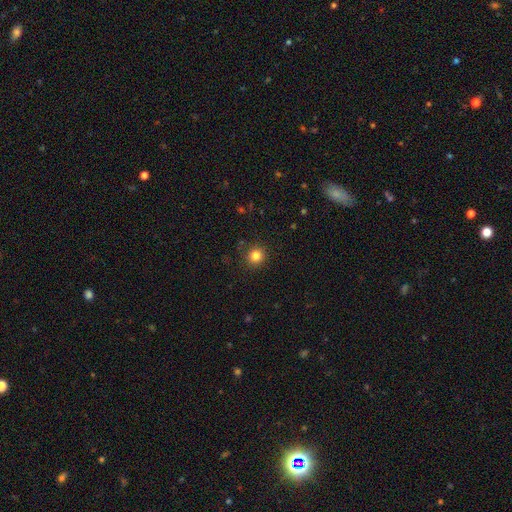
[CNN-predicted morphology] type=smooth (83%); roundness=round (92%); merging=none (89%).